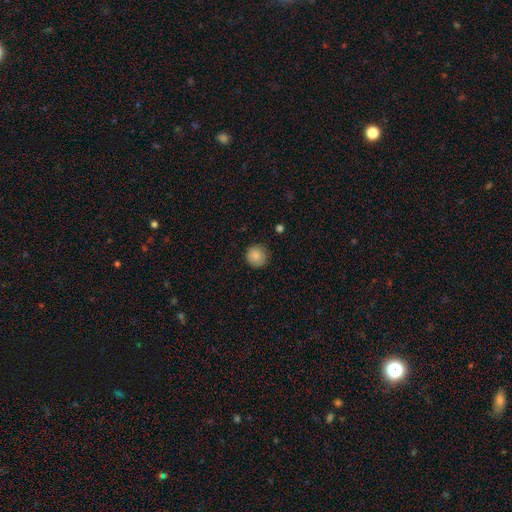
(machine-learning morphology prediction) This is clearly a smooth galaxy (87%). How rounded: clearly round (94%). Merging: clearly none (86%).